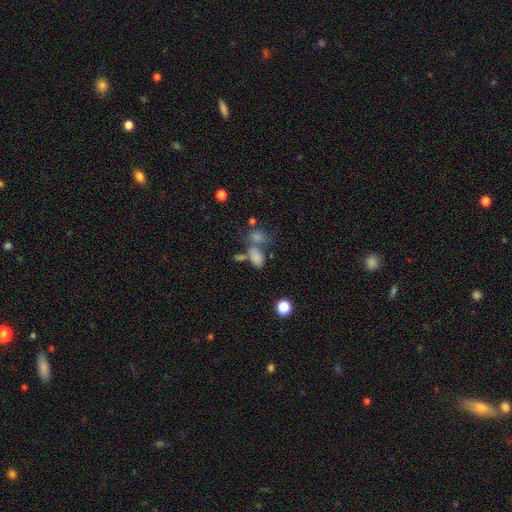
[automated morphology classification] Smooth or featured? smooth (78%)
How rounded? in between (87%)
Merging? merger (42%)